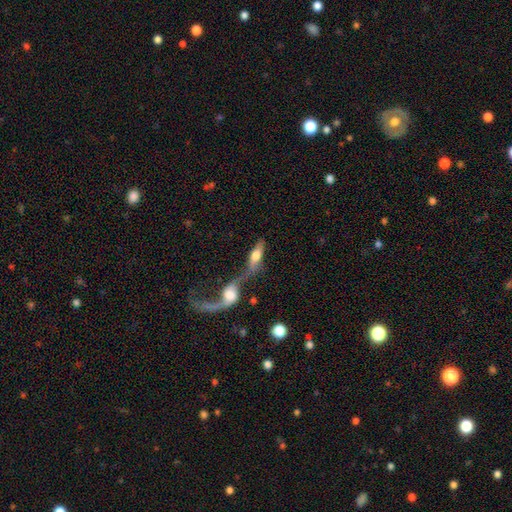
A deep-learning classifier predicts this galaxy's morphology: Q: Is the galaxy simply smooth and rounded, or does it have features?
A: smooth — 47%.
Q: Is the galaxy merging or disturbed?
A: merger — 69%.